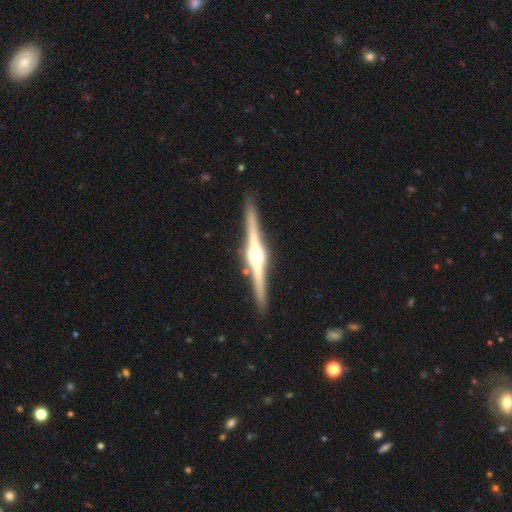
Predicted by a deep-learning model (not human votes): The model was most divided on "smooth or featured": featured or disk: 86%, smooth: 9%, star or artifact: 5%. More confident: edge-on disk — yes (99%); edge-on bulge — rounded (93%); merging — none (91%).